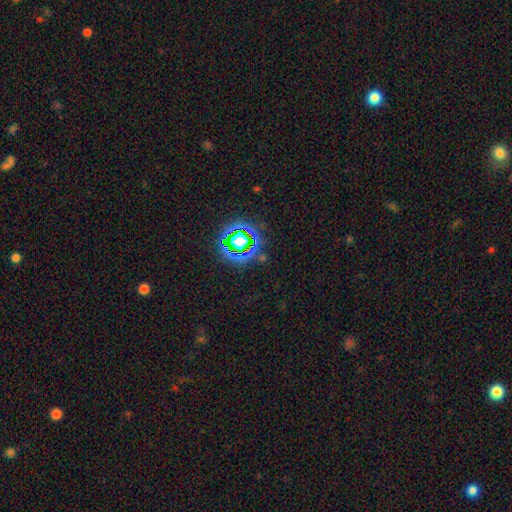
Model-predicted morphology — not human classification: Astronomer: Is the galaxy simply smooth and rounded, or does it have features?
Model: star or artifact — 78%.